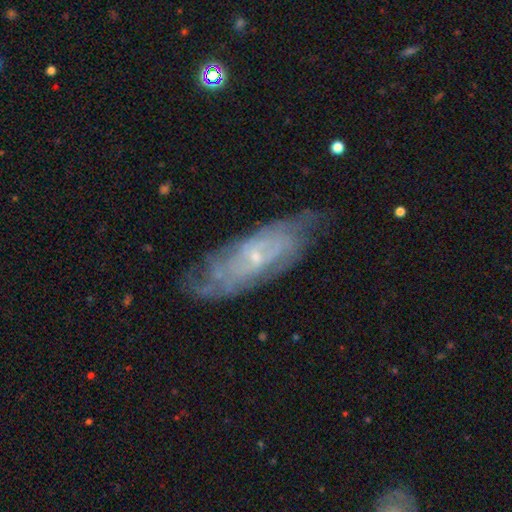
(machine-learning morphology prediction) Smooth or featured?
  - featured or disk: 77% *
  - smooth: 16%
  - star or artifact: 7%
Edge-on disk?
  - no: 84% *
  - yes: 16%
Bar?
  - no: 64% *
  - weak: 30%
  - strong: 6%
Spiral arms?
  - yes: 87% *
  - no: 13%
Spiral winding?
  - tight: 62% *
  - medium: 29%
  - loose: 10%
Spiral arm count?
  - can't tell: 59% *
  - 2: 15%
  - 4: 9%
  - 3: 9%
  - more than 4: 5%
  - 1: 4%
Bulge size?
  - small: 80% *
  - moderate: 14%
  - none: 4%
  - large: 1%
  - dominant: 1%
Merging?
  - none: 69% *
  - minor disturbance: 22%
  - major disturbance: 7%
  - merger: 2%